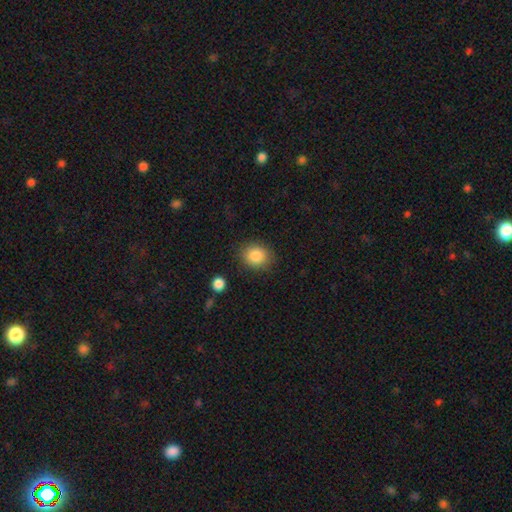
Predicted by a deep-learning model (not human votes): smooth-or-featured: smooth: 86% | star or artifact: 8% | featured or disk: 5%
  how-rounded: round: 61% | in between: 38% | cigar-shaped: 1%
  merging: none: 84% | minor disturbance: 10% | major disturbance: 3% | merger: 2%